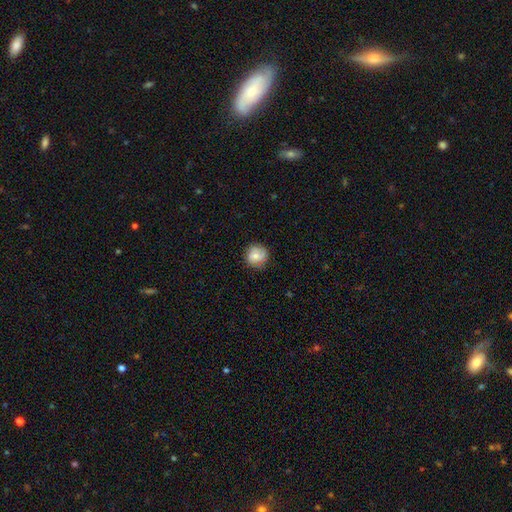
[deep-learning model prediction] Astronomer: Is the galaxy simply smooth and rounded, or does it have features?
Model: smooth — 70%.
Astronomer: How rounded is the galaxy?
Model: round — 89%.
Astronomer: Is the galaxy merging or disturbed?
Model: none — 79%.